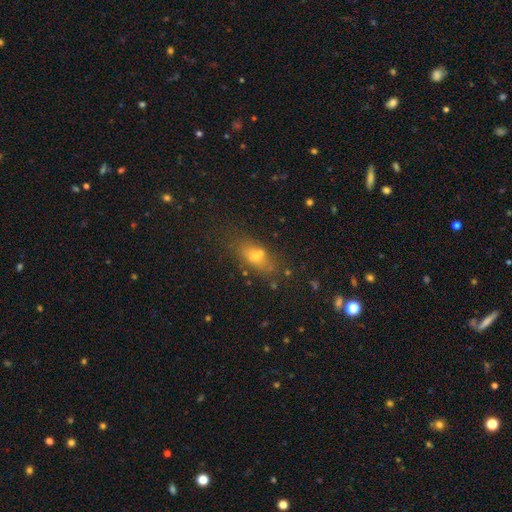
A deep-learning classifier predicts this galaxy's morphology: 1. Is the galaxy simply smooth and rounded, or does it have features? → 62% smooth, 19% star or artifact, 19% featured or disk.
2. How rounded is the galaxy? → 69% in between, 19% cigar-shaped, 12% round.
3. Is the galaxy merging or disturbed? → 63% none, 17% minor disturbance, 11% merger, 8% major disturbance.